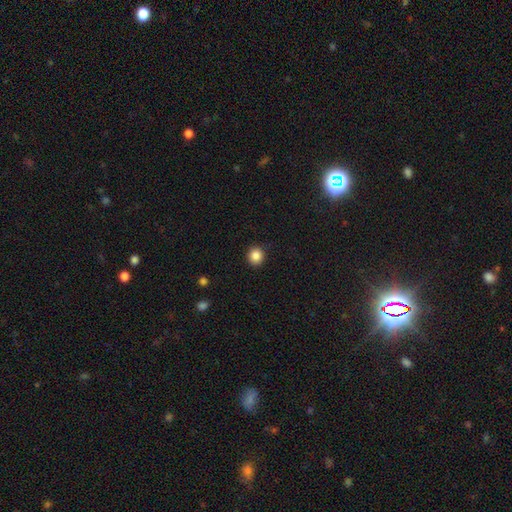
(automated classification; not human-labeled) smooth 86%, star or artifact 10%, featured or disk 4%. Down the decision tree: how rounded — round (91%); merging — none (91%).